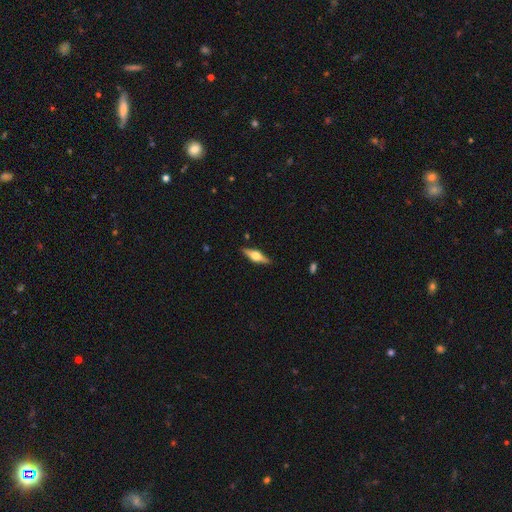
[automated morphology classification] smooth_or_featured: featured or disk (p=0.67) [alt: smooth p=0.28]
disk_edge_on: yes (p=0.96) [alt: no p=0.04]
edge_on_bulge: rounded (p=0.93) [alt: boxy p=0.05]
merging: none (p=0.88) [alt: minor disturbance p=0.09]